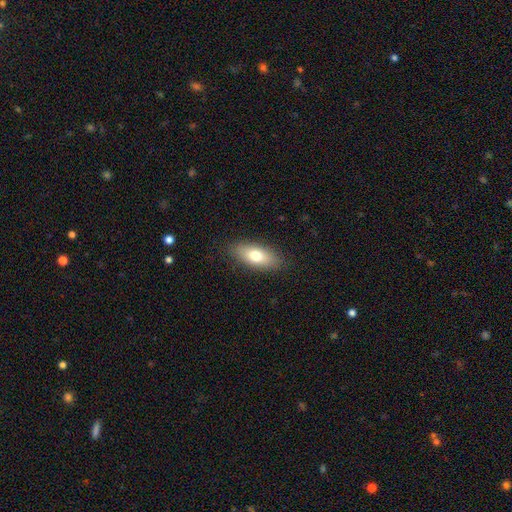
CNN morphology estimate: A smooth galaxy with no disk features (73%) that is in between round and cigar-shaped (79%). Merging: none (86%).